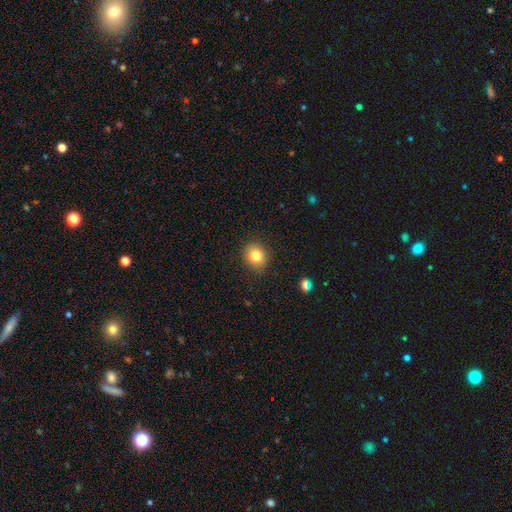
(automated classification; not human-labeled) Smooth or featured? smooth (81%)
How rounded? round (77%)
Merging? none (88%)